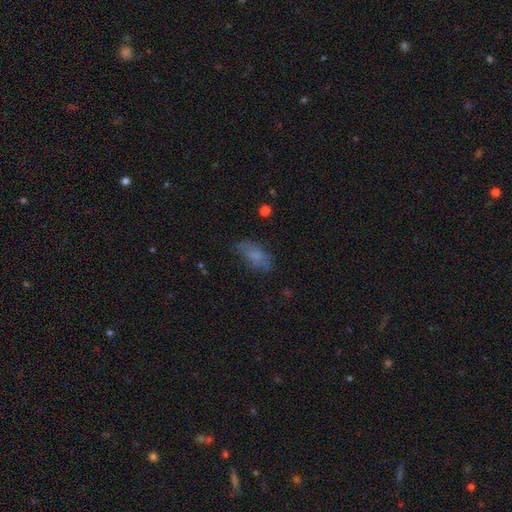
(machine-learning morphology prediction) smooth 67%, featured or disk 22%, star or artifact 11%. Down the decision tree: how rounded — in between (83%); merging — none (61%).